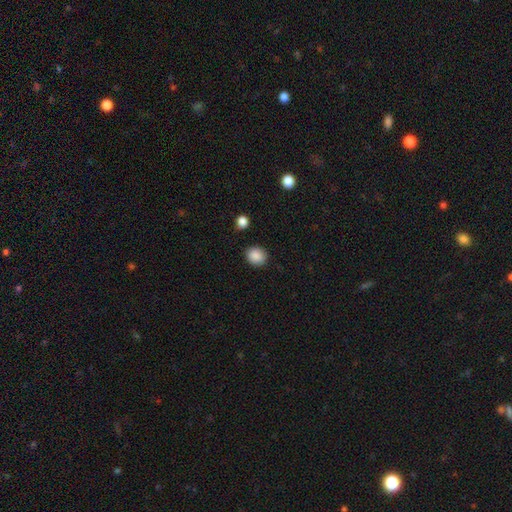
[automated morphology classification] Smooth or featured?
  - smooth: 88% *
  - star or artifact: 8%
  - featured or disk: 3%
How rounded?
  - round: 67% *
  - in between: 32%
  - cigar-shaped: 1%
Merging?
  - none: 87% *
  - minor disturbance: 9%
  - major disturbance: 2%
  - merger: 2%